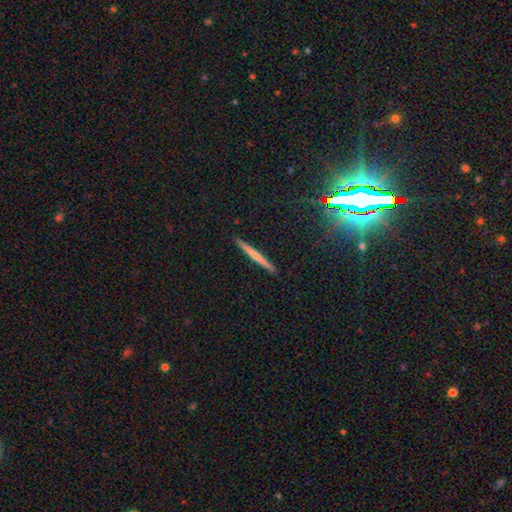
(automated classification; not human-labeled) The model was most divided on "smooth or featured": smooth: 53%, featured or disk: 39%, star or artifact: 8%. More confident: how rounded — cigar-shaped (97%); merging — none (92%).